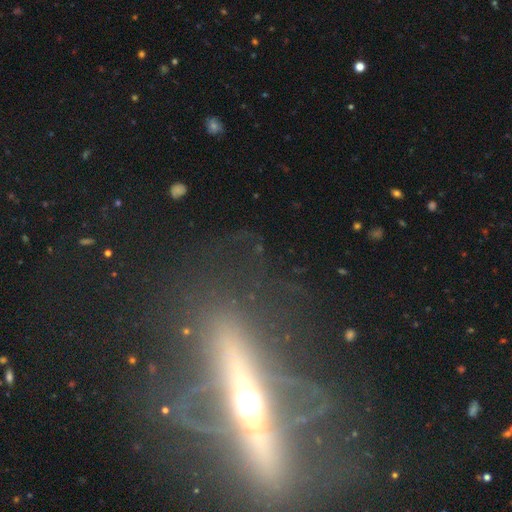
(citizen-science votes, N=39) This is likely a featured or disk galaxy (79%). It is likely viewed edge-on (71%). Edge-on bulge: clearly rounded (100%). Merging: likely none (65%).